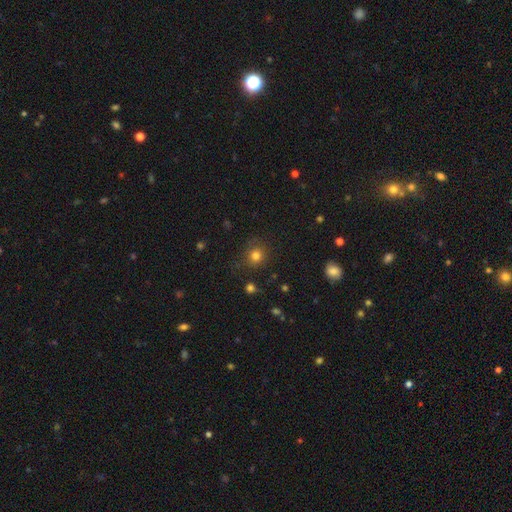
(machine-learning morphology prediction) A smooth galaxy with no disk features (80%) that is round (89%). Merging: none (82%).